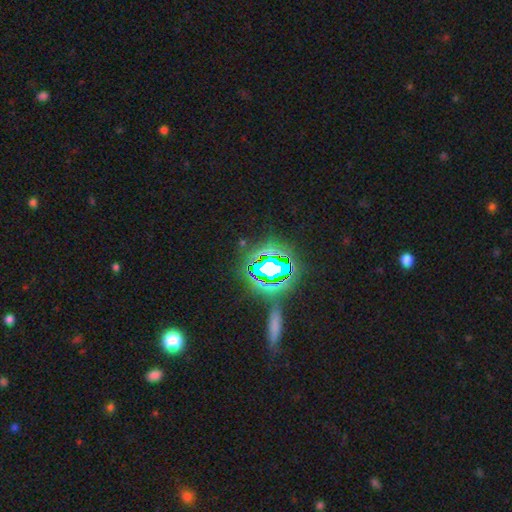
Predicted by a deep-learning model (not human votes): smooth_or_featured: star or artifact (p=0.79) [alt: smooth p=0.12]